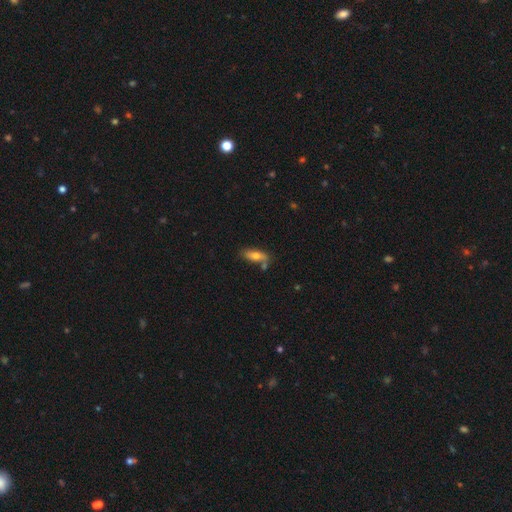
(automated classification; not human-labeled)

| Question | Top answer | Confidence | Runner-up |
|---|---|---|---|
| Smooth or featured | smooth | 68% | featured or disk (24%) |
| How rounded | in between | 67% | cigar-shaped (30%) |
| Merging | none | 60% | minor disturbance (19%) |